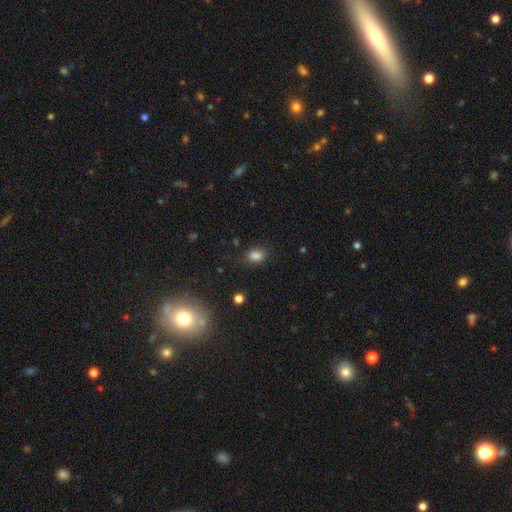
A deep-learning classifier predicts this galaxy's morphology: Smooth or featured?
  - smooth: 82% *
  - star or artifact: 12%
  - featured or disk: 5%
How rounded?
  - in between: 77% *
  - round: 21%
  - cigar-shaped: 2%
Merging?
  - none: 78% *
  - minor disturbance: 16%
  - major disturbance: 5%
  - merger: 2%